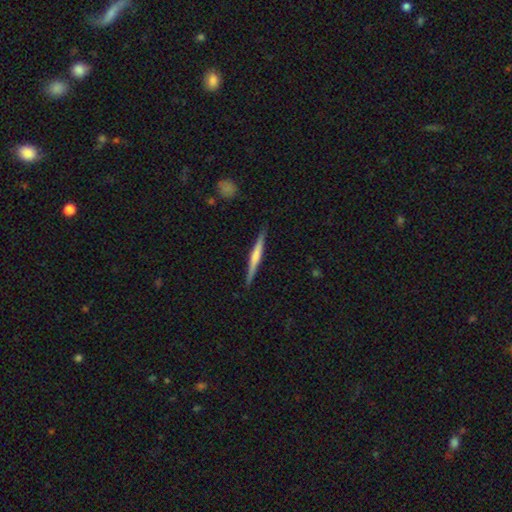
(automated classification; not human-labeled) smooth_or_featured: featured or disk (p=0.54) [alt: smooth p=0.40]
disk_edge_on: yes (p=0.98) [alt: no p=0.02]
edge_on_bulge: none (p=0.40) [alt: rounded p=0.38]
merging: none (p=0.90) [alt: minor disturbance p=0.08]